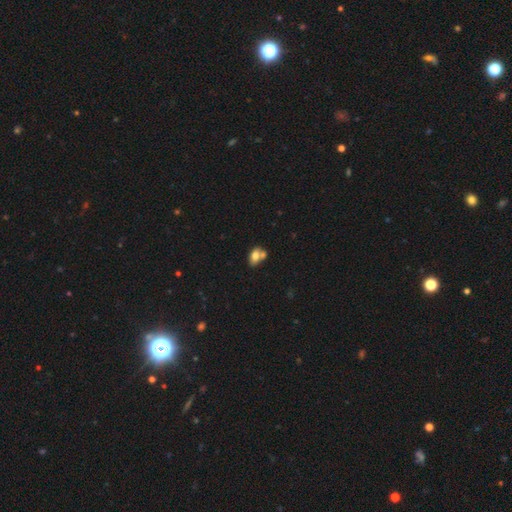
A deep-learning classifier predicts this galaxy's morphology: Smooth or featured? Predicted: smooth (p=0.74). How rounded? Predicted: in between (p=0.85). Merging? Predicted: merger (p=0.44).